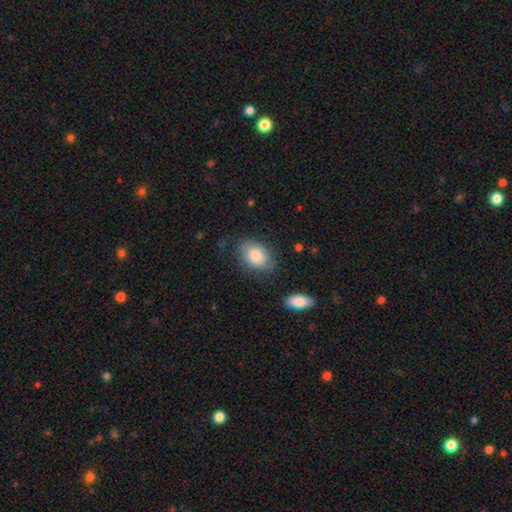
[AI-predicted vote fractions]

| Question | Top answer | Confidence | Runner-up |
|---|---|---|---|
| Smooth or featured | smooth | 80% | featured or disk (13%) |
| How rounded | in between | 82% | round (17%) |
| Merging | none | 70% | minor disturbance (20%) |